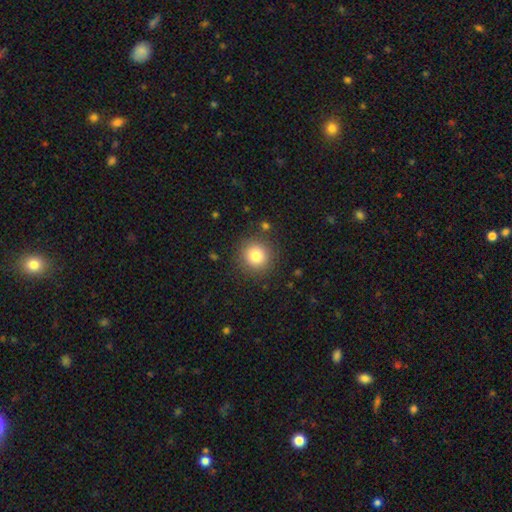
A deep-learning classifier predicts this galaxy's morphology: This appears to be a smooth galaxy with no disk features (80%) that is round (94%). Merging: none (88%).